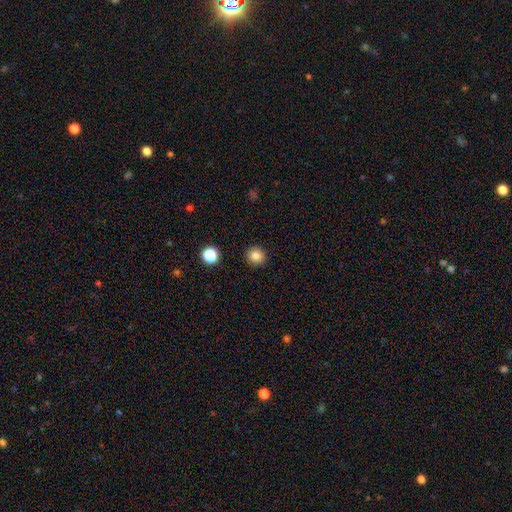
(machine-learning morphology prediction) Q: Smooth or featured?
A: smooth (84%); runner-up: star or artifact (11%)
Q: How rounded?
A: round (93%); runner-up: in between (6%)
Q: Merging?
A: none (92%); runner-up: minor disturbance (5%)